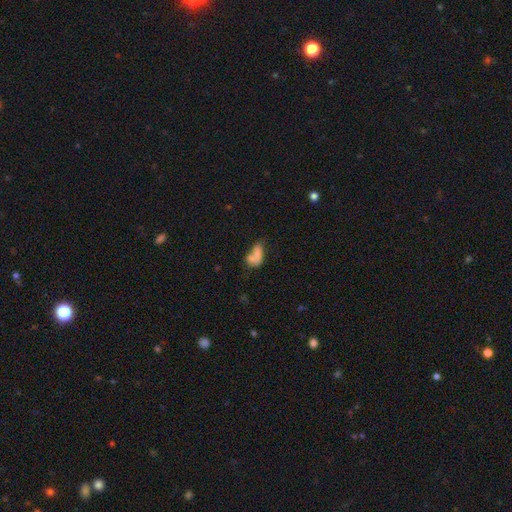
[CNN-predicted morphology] smooth_or_featured: smooth (p=0.69) [alt: featured or disk p=0.20]
how_rounded: in between (p=0.79) [alt: round p=0.13]
merging: merger (p=0.55) [alt: none p=0.21]